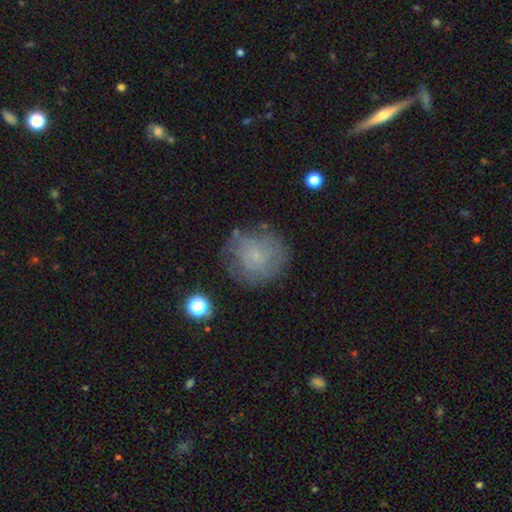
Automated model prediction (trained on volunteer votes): Morphology: type=featured or disk (46%); merging=none (69%).